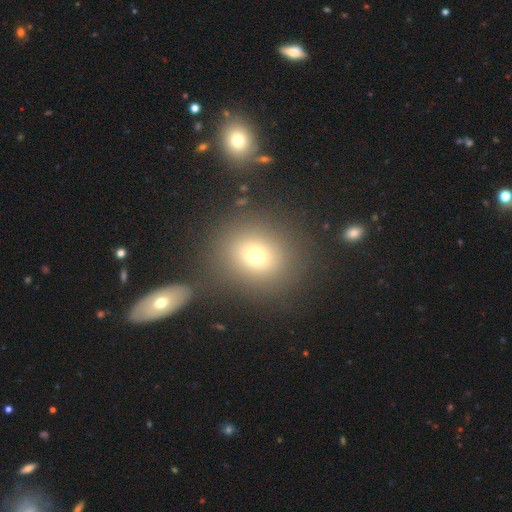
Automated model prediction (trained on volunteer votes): smooth 71%, star or artifact 16%, featured or disk 13%. Down the decision tree: how rounded — round (77%); merging — none (76%).